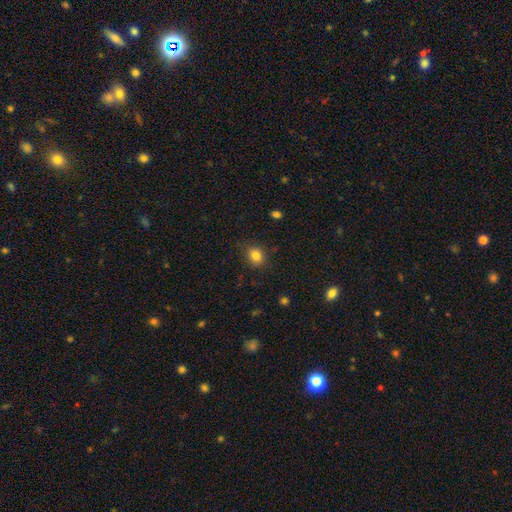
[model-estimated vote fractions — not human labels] This is clearly a smooth galaxy (83%). How rounded: likely round (63%). Merging: clearly none (82%).